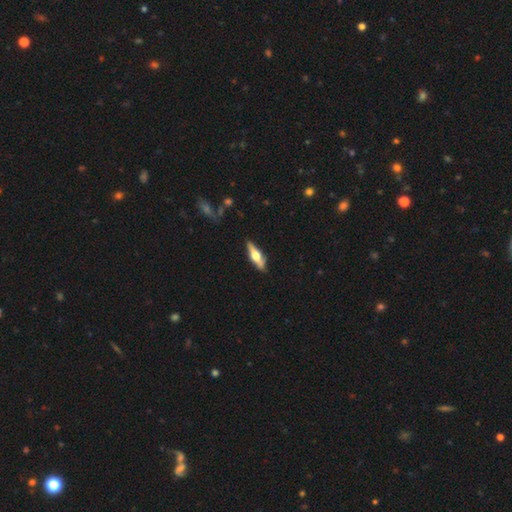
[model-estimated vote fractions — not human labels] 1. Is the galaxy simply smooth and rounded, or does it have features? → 61% featured or disk, 34% smooth, 5% star or artifact.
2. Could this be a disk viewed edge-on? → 94% yes, 6% no.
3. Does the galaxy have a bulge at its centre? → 94% rounded, 5% boxy, 2% none.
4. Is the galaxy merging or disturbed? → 85% none, 11% minor disturbance, 2% major disturbance, 2% merger.